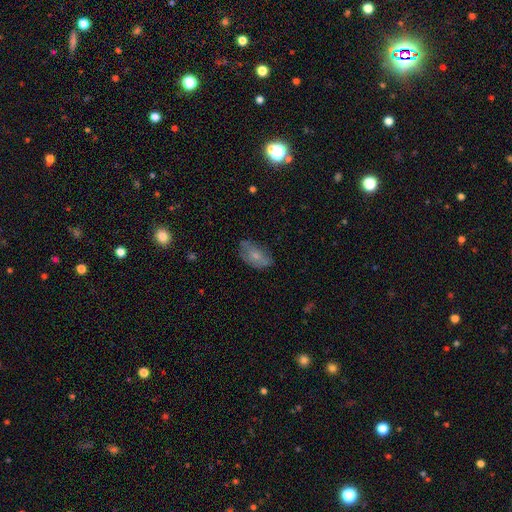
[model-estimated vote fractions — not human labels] Morphology: type=smooth (64%); roundness=in between (90%); merging=none (60%).